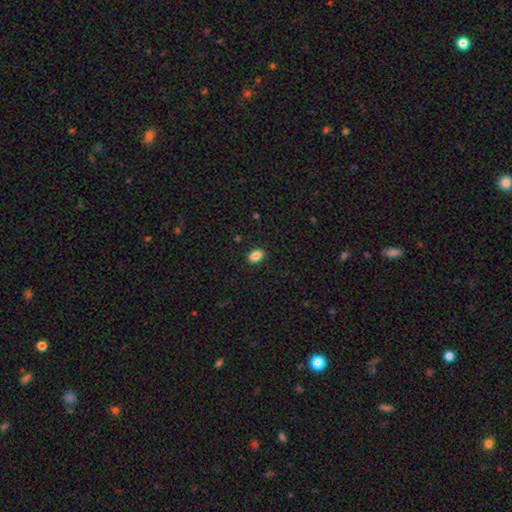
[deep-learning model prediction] smooth 86%, star or artifact 9%, featured or disk 5%. Down the decision tree: how rounded — in between (82%); merging — none (89%).